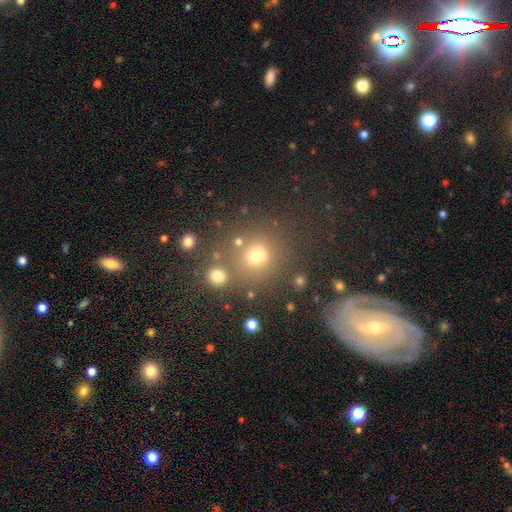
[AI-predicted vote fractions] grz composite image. It shows a smooth galaxy with no disk features (67%) that is round (83%). Merging: none (68%).